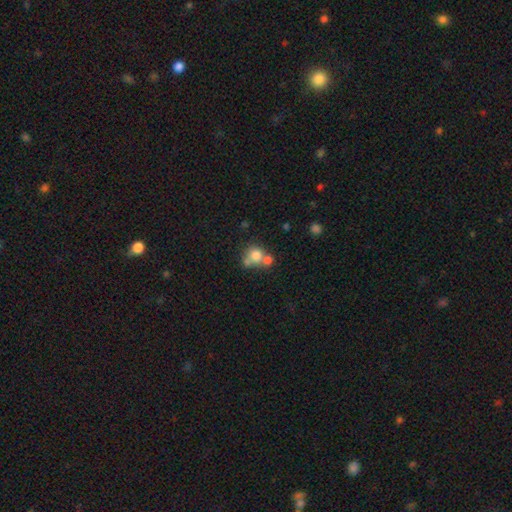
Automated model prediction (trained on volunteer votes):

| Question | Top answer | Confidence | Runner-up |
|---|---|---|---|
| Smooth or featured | smooth | 74% | featured or disk (15%) |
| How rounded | round | 80% | in between (19%) |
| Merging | merger | 50% | none (37%) |